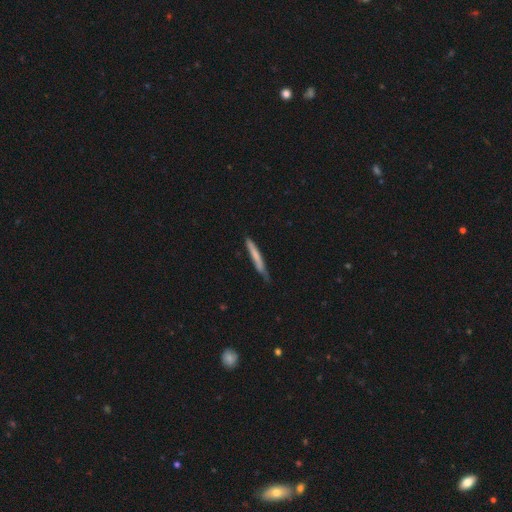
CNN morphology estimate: Q: Smooth or featured?
A: smooth (65%); runner-up: featured or disk (29%)
Q: How rounded?
A: cigar-shaped (96%); runner-up: in between (3%)
Q: Merging?
A: none (72%); runner-up: minor disturbance (23%)